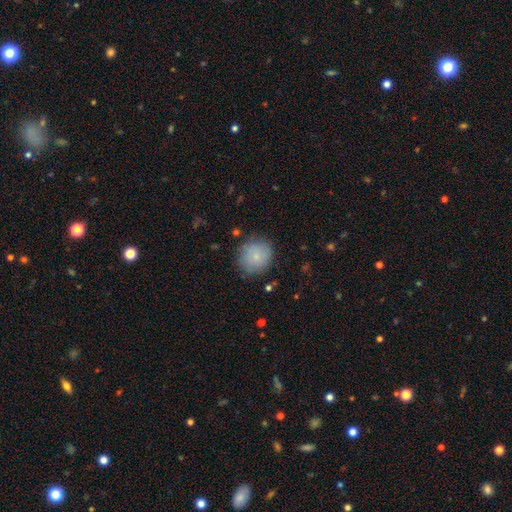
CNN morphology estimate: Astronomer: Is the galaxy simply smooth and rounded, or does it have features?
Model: smooth — 80%.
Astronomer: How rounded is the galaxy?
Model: round — 87%.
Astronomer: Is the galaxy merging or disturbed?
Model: none — 81%.